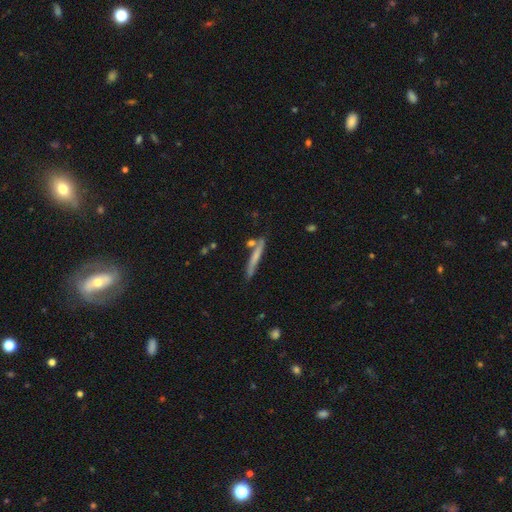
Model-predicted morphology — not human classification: Smooth or featured?
  - smooth: 54% *
  - featured or disk: 39%
  - star or artifact: 7%
How rounded?
  - cigar-shaped: 94% *
  - in between: 4%
  - round: 2%
Merging?
  - none: 76% *
  - minor disturbance: 13%
  - merger: 8%
  - major disturbance: 3%